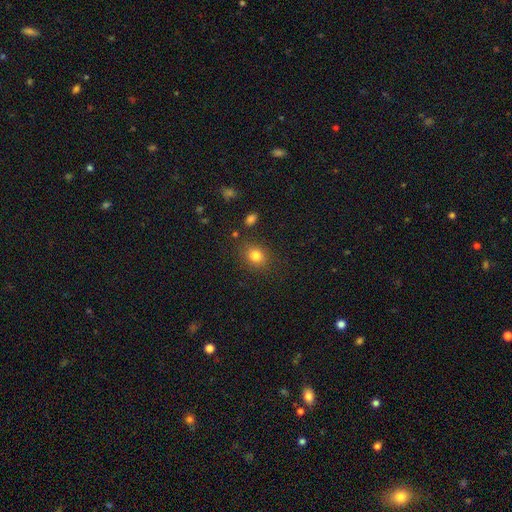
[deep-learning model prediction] Smooth or featured?
  - smooth: 81% *
  - star or artifact: 12%
  - featured or disk: 7%
How rounded?
  - round: 64% *
  - in between: 35%
  - cigar-shaped: 1%
Merging?
  - none: 84% *
  - minor disturbance: 10%
  - major disturbance: 3%
  - merger: 3%